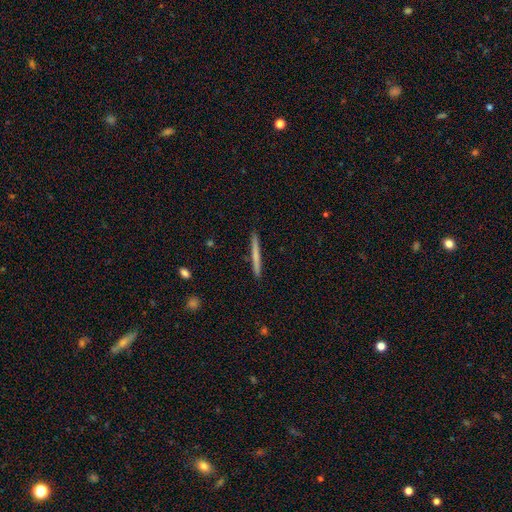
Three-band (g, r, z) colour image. It shows a smooth galaxy with no disk features (62%) that is cigar-shaped (91%). Merging: none (92%).